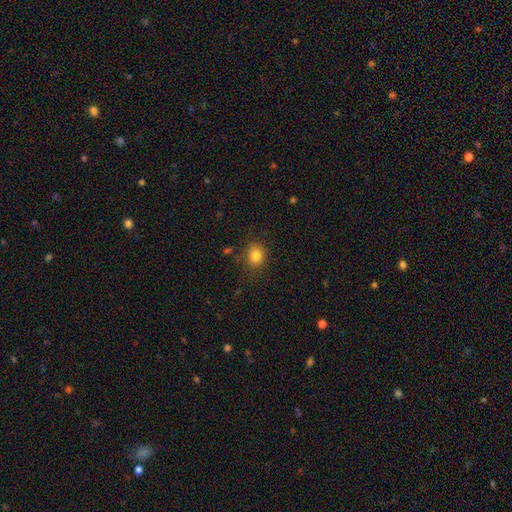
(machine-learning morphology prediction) This is clearly a smooth galaxy (81%). How rounded: likely round (66%). Merging: clearly none (81%).